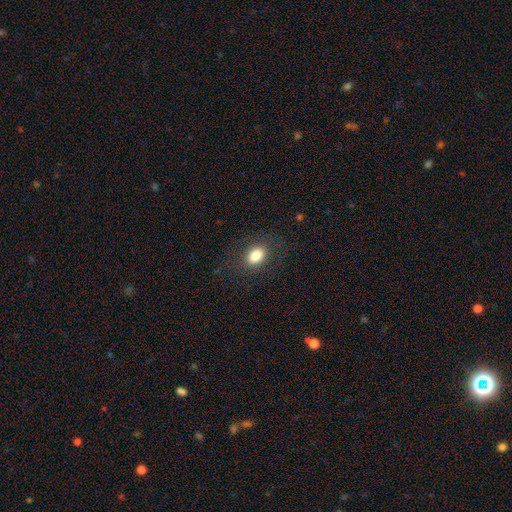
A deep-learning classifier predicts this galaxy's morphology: Smooth or featured: smooth — 83% (star or artifact — 9%)
How rounded: in between — 74% (round — 24%)
Merging: none — 81% (minor disturbance — 12%)